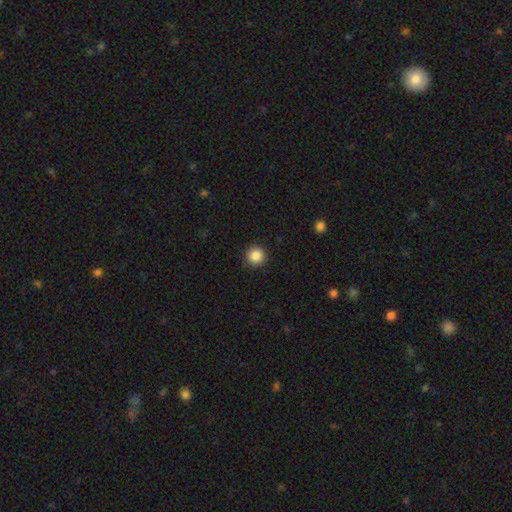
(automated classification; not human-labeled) Smooth or featured? Predicted: smooth (p=0.87). How rounded? Predicted: round (p=0.96). Merging? Predicted: none (p=0.92).